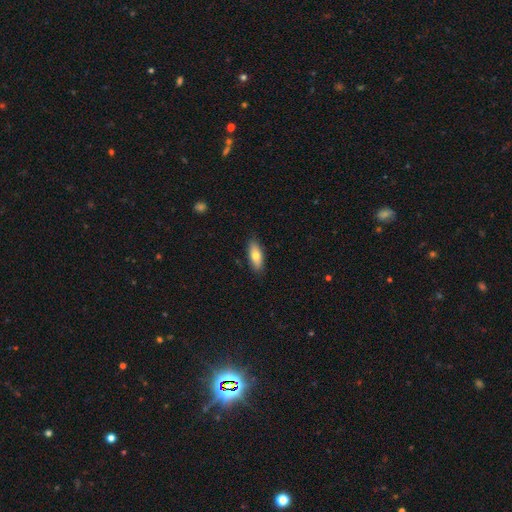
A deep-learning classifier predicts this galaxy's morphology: Smooth or featured? Predicted: smooth (p=0.74). How rounded? Predicted: in between (p=0.74). Merging? Predicted: none (p=0.87).